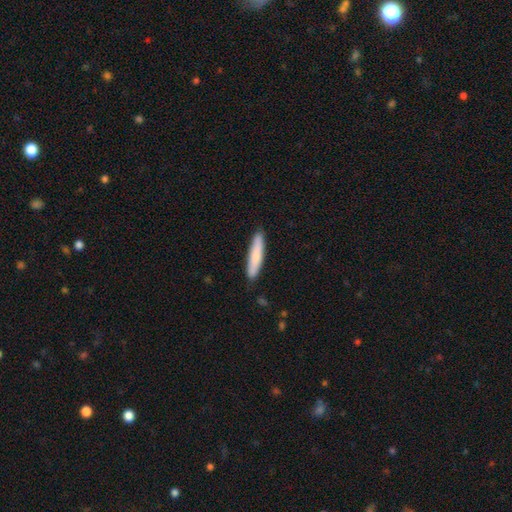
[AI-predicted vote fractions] Q: Smooth or featured?
A: smooth (78%); runner-up: featured or disk (17%)
Q: How rounded?
A: cigar-shaped (88%); runner-up: in between (11%)
Q: Merging?
A: none (88%); runner-up: minor disturbance (9%)